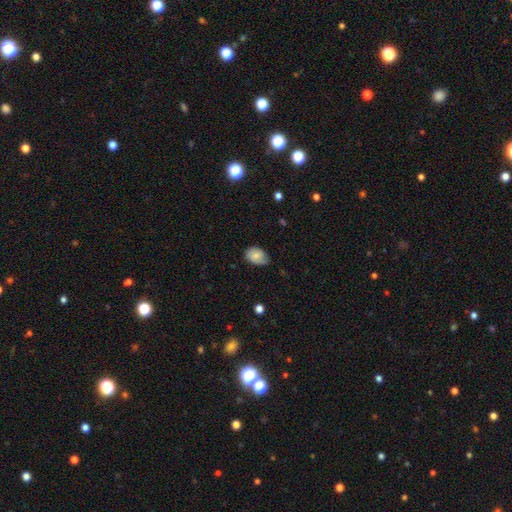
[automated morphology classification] This appears to be a smooth galaxy with no disk features (73%) that is in between round and cigar-shaped (78%). Merging: none (58%).